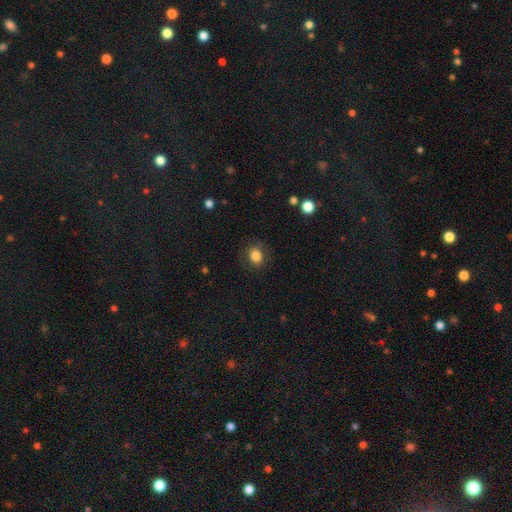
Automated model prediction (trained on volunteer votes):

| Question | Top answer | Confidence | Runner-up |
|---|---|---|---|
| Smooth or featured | smooth | 83% | star or artifact (10%) |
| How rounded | round | 58% | in between (41%) |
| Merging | none | 83% | minor disturbance (12%) |